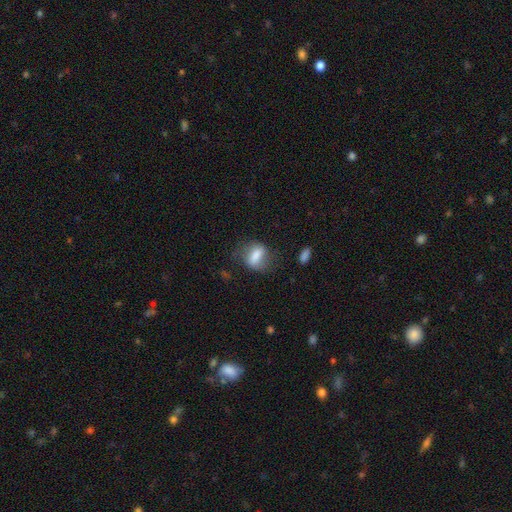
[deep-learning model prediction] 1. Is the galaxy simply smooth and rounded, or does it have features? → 71% smooth, 21% featured or disk, 8% star or artifact.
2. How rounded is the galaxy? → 72% in between, 20% round, 8% cigar-shaped.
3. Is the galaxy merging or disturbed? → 59% none, 23% minor disturbance, 15% major disturbance, 3% merger.